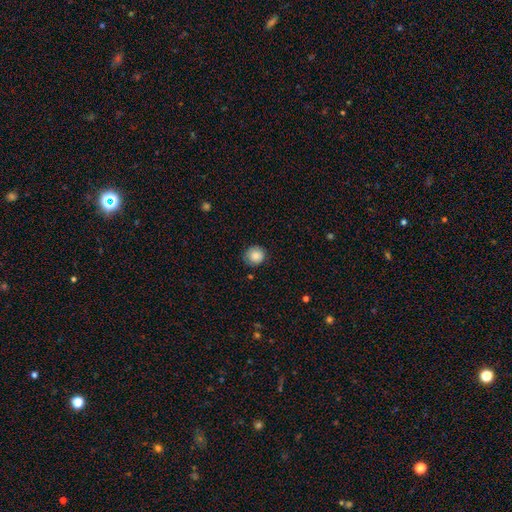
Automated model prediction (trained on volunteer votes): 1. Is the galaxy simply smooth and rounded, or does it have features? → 86% smooth, 9% star or artifact, 5% featured or disk.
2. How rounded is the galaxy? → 88% round, 11% in between, 1% cigar-shaped.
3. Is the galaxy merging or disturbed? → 81% none, 15% minor disturbance, 3% major disturbance, 1% merger.